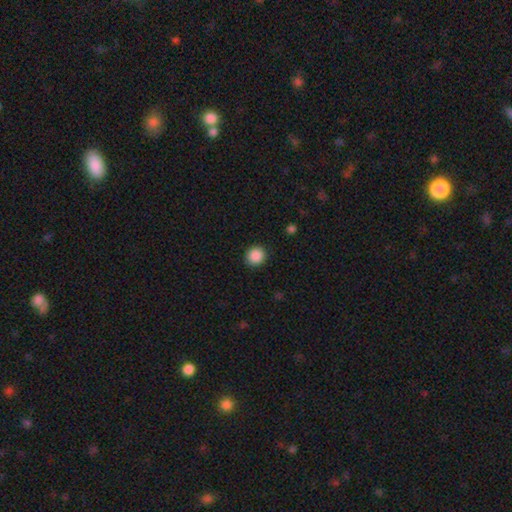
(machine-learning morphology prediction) The model was most divided on "smooth or featured": smooth: 88%, star or artifact: 9%, featured or disk: 3%. More confident: merging — none (91%); how rounded — round (89%).